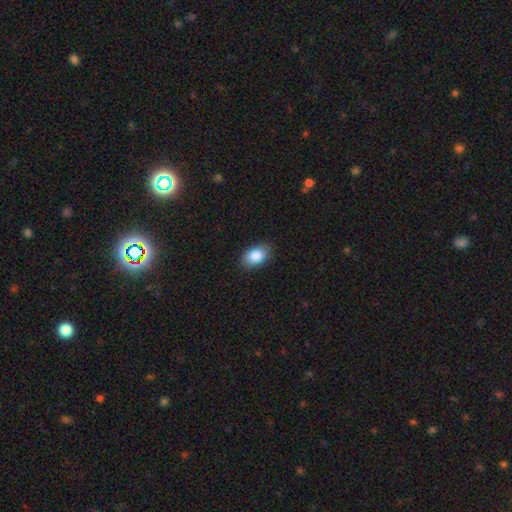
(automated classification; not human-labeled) Q: Smooth or featured?
A: smooth (87%); runner-up: star or artifact (7%)
Q: How rounded?
A: in between (88%); runner-up: round (11%)
Q: Merging?
A: none (85%); runner-up: minor disturbance (12%)